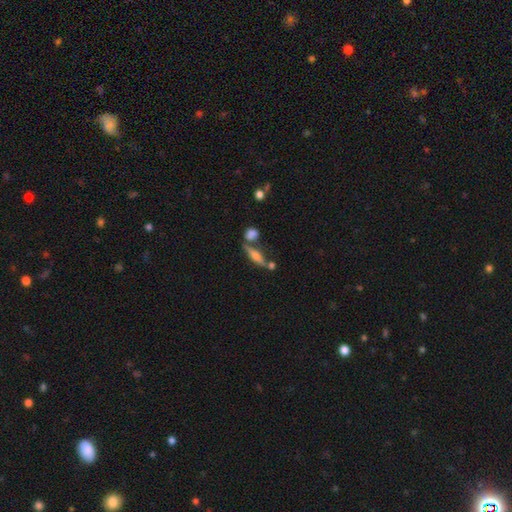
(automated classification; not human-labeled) The model was most divided on "smooth or featured": featured or disk: 55%, smooth: 37%, star or artifact: 8%. More confident: edge-on disk — yes (93%); edge-on bulge — rounded (87%); merging — none (69%).